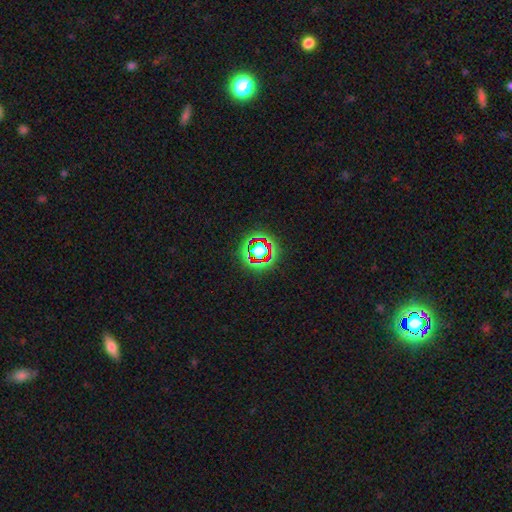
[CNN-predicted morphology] Smooth or featured?
  - star or artifact: 68% *
  - smooth: 19%
  - featured or disk: 12%